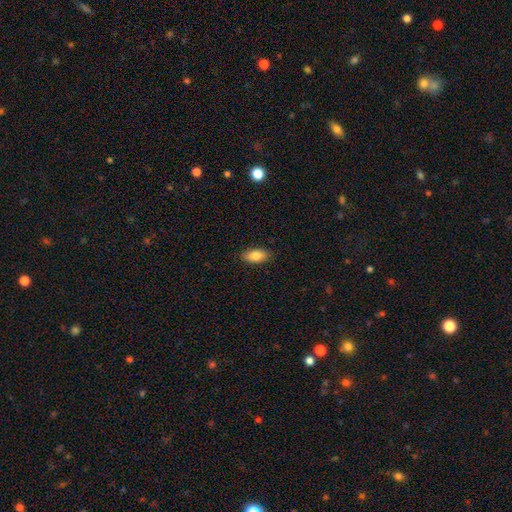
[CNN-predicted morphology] This is clearly a smooth galaxy (84%). How rounded: clearly in between (90%). Merging: clearly none (88%).